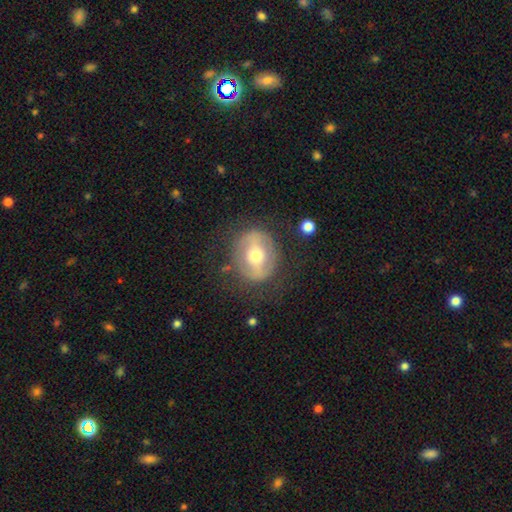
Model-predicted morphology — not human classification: Smooth or featured? featured or disk (61%)
Edge-on disk? no (93%)
Bar? strong (45%)
Spiral arms? no (69%)
Bulge size? moderate (72%)
Merging? none (76%)